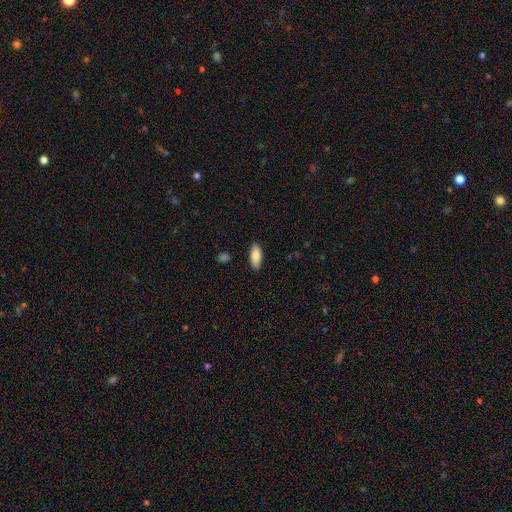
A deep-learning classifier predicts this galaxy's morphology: A smooth galaxy with no disk features (85%) that is in between round and cigar-shaped (86%).

Vote fractions:
- Smooth or featured? smooth: 85% / featured or disk: 9% / star or artifact: 6%
- How rounded? in between: 86% / cigar-shaped: 13% / round: 2%
- Merging? none: 87% / minor disturbance: 10% / major disturbance: 2% / merger: 1%